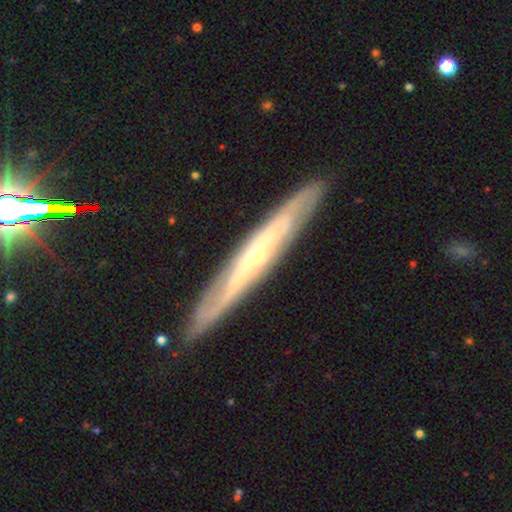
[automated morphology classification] The model was most divided on "edge-on bulge": rounded: 62%, none: 35%, boxy: 3%. More confident: merging — none (86%); smooth or featured — featured or disk (78%); edge-on disk — yes (71%).